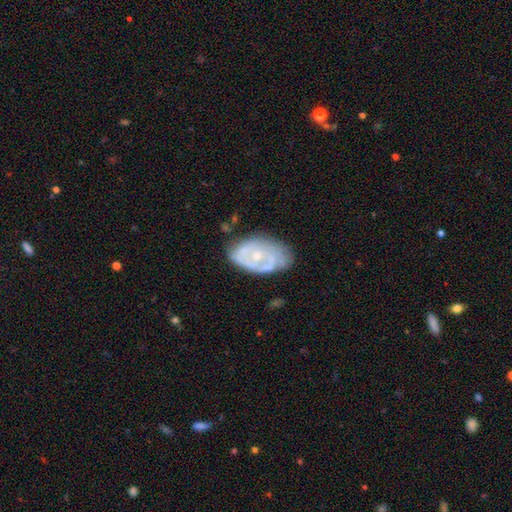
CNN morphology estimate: A featured or disk galaxy (69%) with no bar (77%), spiral arms (62%) and a small central bulge (61%).

Vote fractions:
- Smooth or featured? featured or disk: 69% / smooth: 24% / star or artifact: 7%
- Edge-on disk? no: 95% / yes: 5%
- Bar? no: 77% / weak: 19% / strong: 4%
- Spiral arms? yes: 62% / no: 38%
- Bulge size? small: 61% / moderate: 34% / none: 3% / large: 1% / dominant: 1%
- Merging? none: 65% / minor disturbance: 24% / major disturbance: 8% / merger: 2%